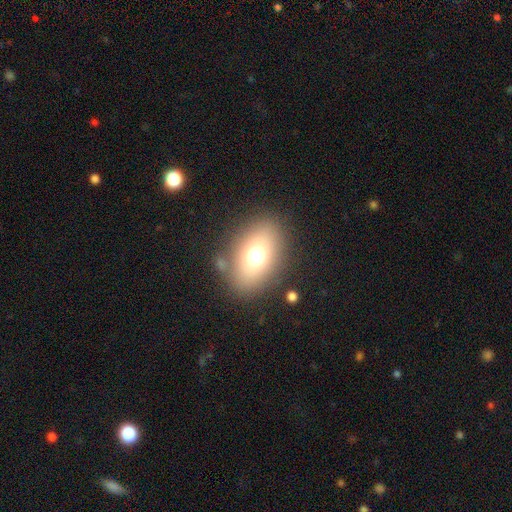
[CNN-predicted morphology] smooth_or_featured: smooth (p=0.67) [alt: featured or disk p=0.17]
how_rounded: in between (p=0.71) [alt: round p=0.28]
merging: none (p=0.80) [alt: minor disturbance p=0.10]